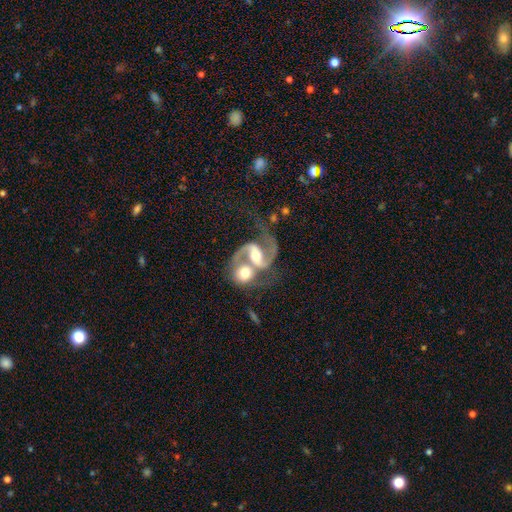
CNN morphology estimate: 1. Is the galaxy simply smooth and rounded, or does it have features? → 88% featured or disk, 7% smooth, 5% star or artifact.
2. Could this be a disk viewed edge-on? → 98% no, 2% yes.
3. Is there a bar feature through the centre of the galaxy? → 38% weak, 35% strong, 27% no.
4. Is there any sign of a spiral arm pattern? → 97% yes, 3% no.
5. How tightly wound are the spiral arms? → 53% medium, 37% loose, 10% tight.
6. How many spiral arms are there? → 91% 2, 3% 1, 2% can't tell, 1% 3, 1% 4, 1% more than 4.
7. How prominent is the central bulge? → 64% moderate, 22% small, 11% large, 2% none, 1% dominant.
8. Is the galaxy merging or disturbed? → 61% merger, 23% none, 8% major disturbance, 8% minor disturbance.